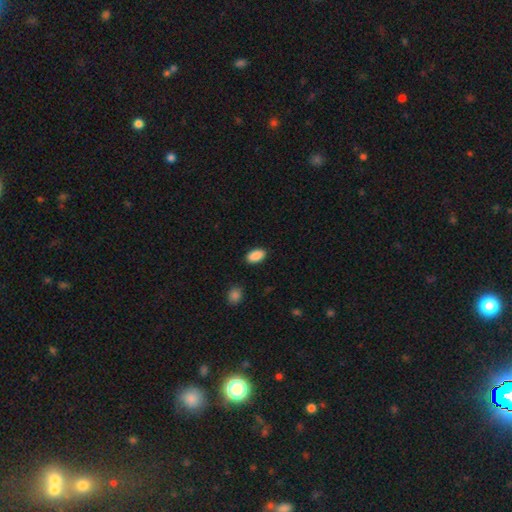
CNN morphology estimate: A smooth galaxy with no disk features (90%) that is in between round and cigar-shaped (93%). Merging: none (88%).